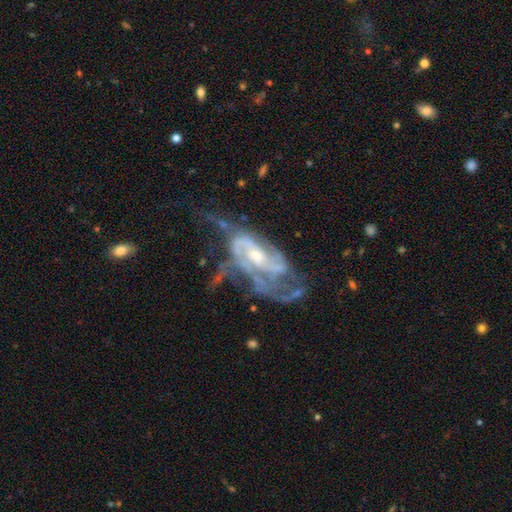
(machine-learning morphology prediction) Overall: featured or disk (87%). Edge-on disk: no (95%). Bar: no (48%; weak 38%). Spiral arms: yes (91%). Spiral arm count: 2 (36%; can't tell 28%). Spiral winding: medium (43%; tight 37%). Bulge size: moderate (50%; small 41%). Merging: major disturbance (41%; none 31%).